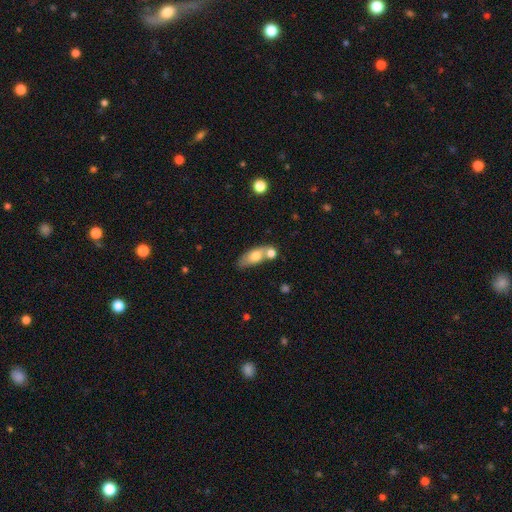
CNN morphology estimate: A smooth galaxy with no disk features (69%) that is in between round and cigar-shaped (79%). Merging: none (47%).